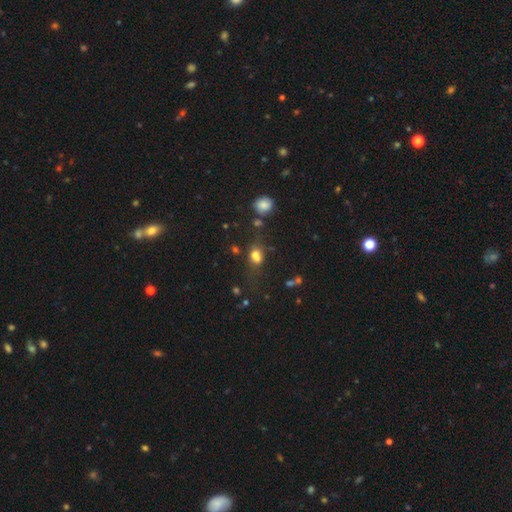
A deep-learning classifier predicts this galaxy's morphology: smooth-or-featured: smooth: 72% | star or artifact: 17% | featured or disk: 11%
  how-rounded: in between: 60% | round: 37% | cigar-shaped: 3%
  merging: none: 47% | merger: 20% | minor disturbance: 19% | major disturbance: 13%